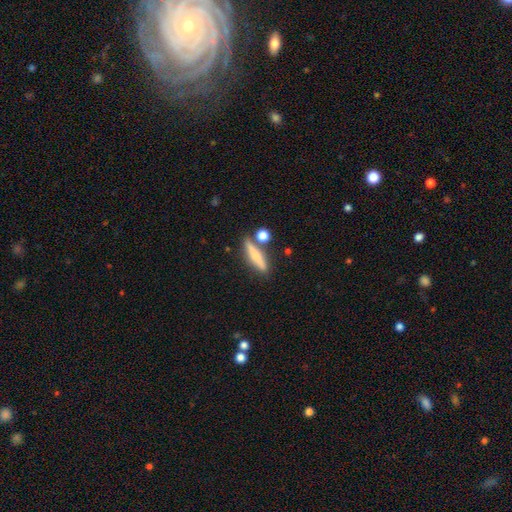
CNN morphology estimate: smooth 55%, featured or disk 37%, star or artifact 8%. Down the decision tree: how rounded — cigar-shaped (78%); merging — none (74%).